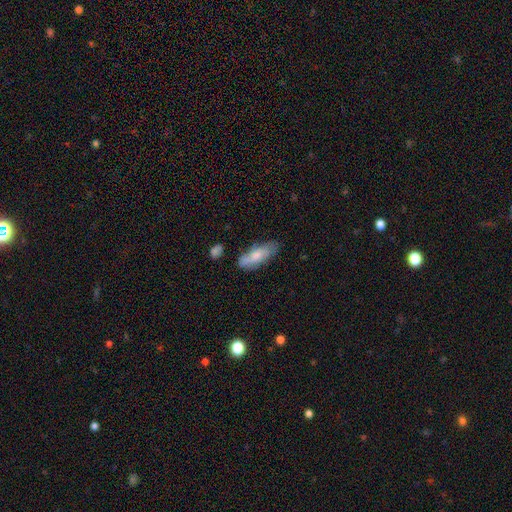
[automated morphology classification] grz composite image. It shows a smooth galaxy with no disk features (62%) that is in between round and cigar-shaped (72%). Merging: none (63%).